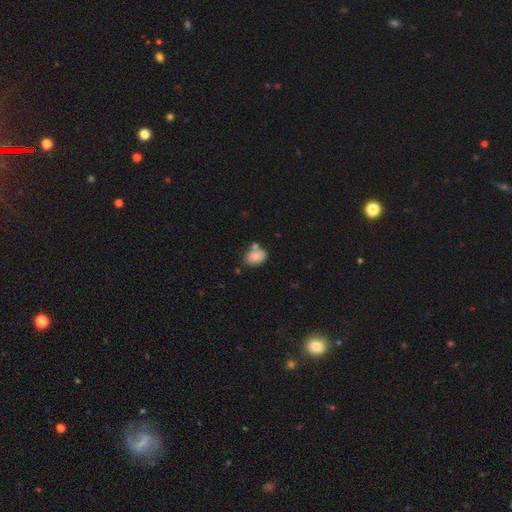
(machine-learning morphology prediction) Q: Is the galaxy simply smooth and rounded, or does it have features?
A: smooth — 83%.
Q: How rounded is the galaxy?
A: in between — 79%.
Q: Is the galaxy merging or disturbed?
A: none — 62%.